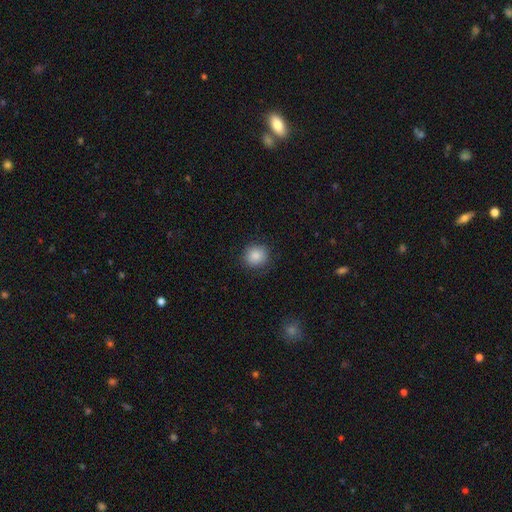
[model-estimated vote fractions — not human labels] This is clearly a smooth galaxy (86%). How rounded: clearly round (86%). Merging: clearly none (86%).